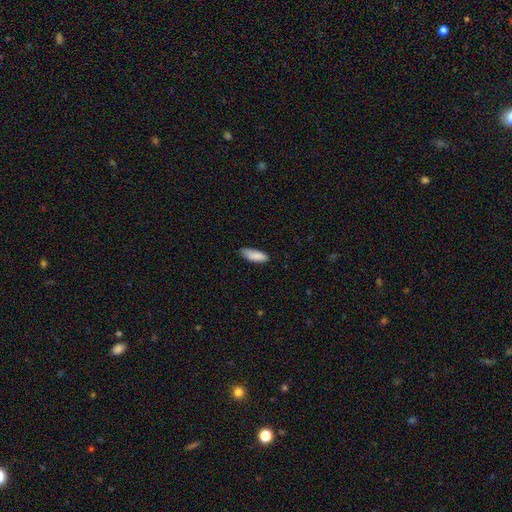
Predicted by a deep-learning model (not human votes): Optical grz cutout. It shows a smooth galaxy with no disk features (88%) that is in between round and cigar-shaped (70%). Merging: none (74%).